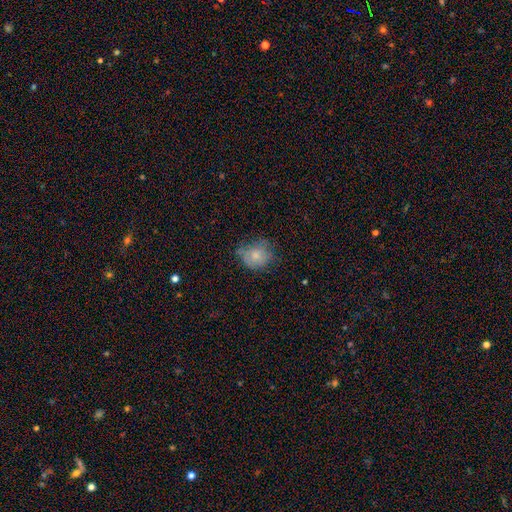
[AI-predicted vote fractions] A smooth galaxy with no disk features (69%) that is round (71%). Merging: none (52%).